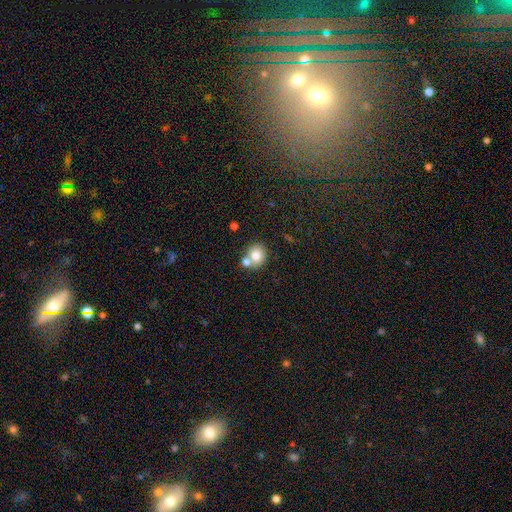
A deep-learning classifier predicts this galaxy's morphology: Q: Smooth or featured?
A: smooth (78%); runner-up: featured or disk (12%)
Q: How rounded?
A: round (75%); runner-up: in between (24%)
Q: Merging?
A: none (55%); runner-up: merger (33%)